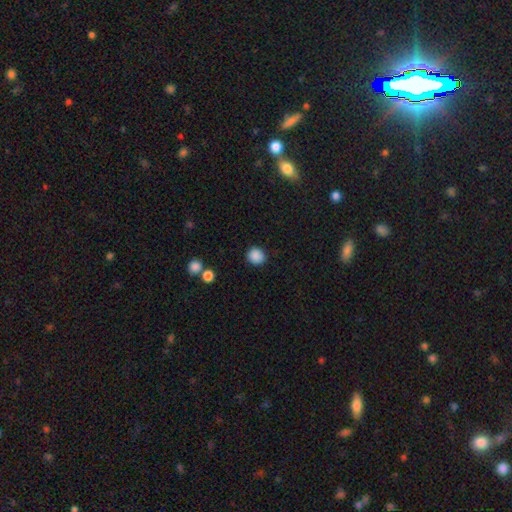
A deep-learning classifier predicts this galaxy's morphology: Smooth or featured?
  - smooth: 87% *
  - star or artifact: 10%
  - featured or disk: 3%
How rounded?
  - round: 86% *
  - in between: 13%
  - cigar-shaped: 1%
Merging?
  - none: 87% *
  - minor disturbance: 8%
  - major disturbance: 2%
  - merger: 2%